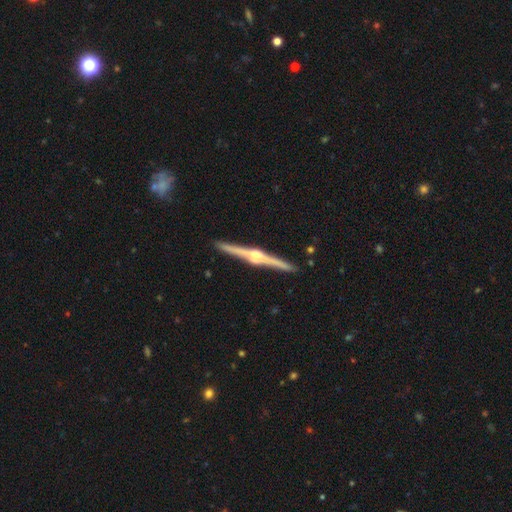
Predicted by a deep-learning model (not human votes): featured or disk 89%, smooth 7%, star or artifact 4%. Down the decision tree: edge-on disk — yes (99%); edge-on bulge — rounded (90%); merging — none (92%).